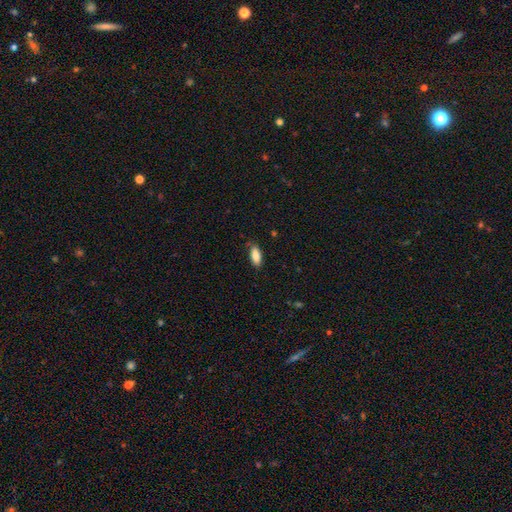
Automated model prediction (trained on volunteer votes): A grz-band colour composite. It shows a smooth galaxy with no disk features (86%) that is in between round and cigar-shaped (81%). Merging: none (79%).